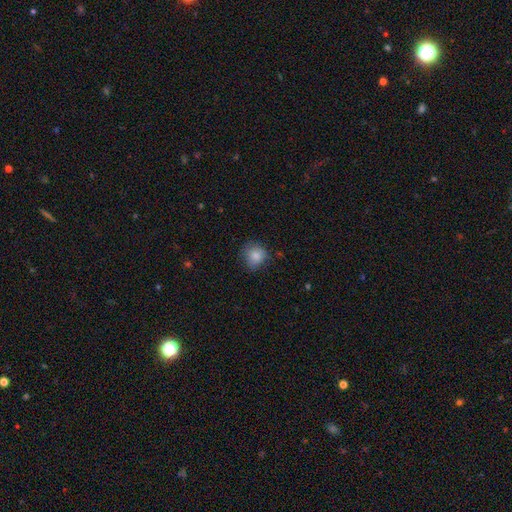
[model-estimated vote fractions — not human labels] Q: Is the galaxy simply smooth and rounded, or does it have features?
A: smooth — 84%.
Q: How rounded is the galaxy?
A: round — 83%.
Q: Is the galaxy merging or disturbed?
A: none — 72%.